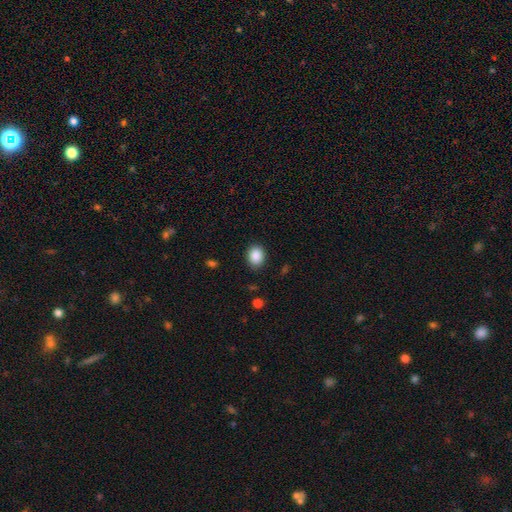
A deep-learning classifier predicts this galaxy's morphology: smooth 88%, star or artifact 8%, featured or disk 3%. Down the decision tree: how rounded — in between (52%); merging — none (87%).